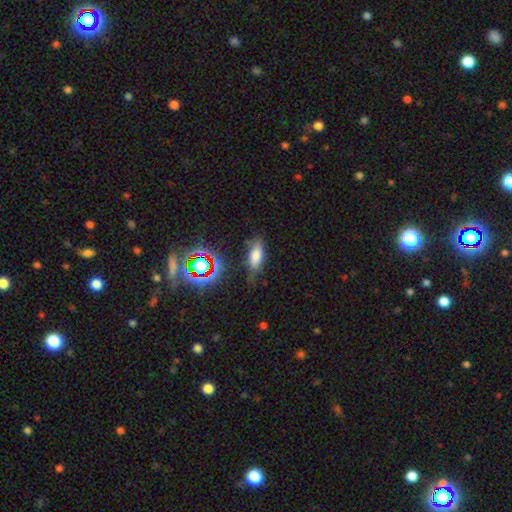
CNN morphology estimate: A smooth galaxy with no disk features (70%) that is in between round and cigar-shaped (75%). Merging: none (68%).